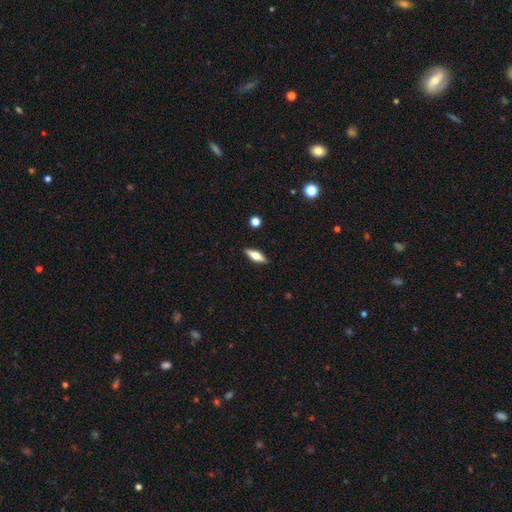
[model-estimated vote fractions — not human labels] Smooth or featured? smooth (51%)
How rounded? in between (52%)
Merging? none (89%)